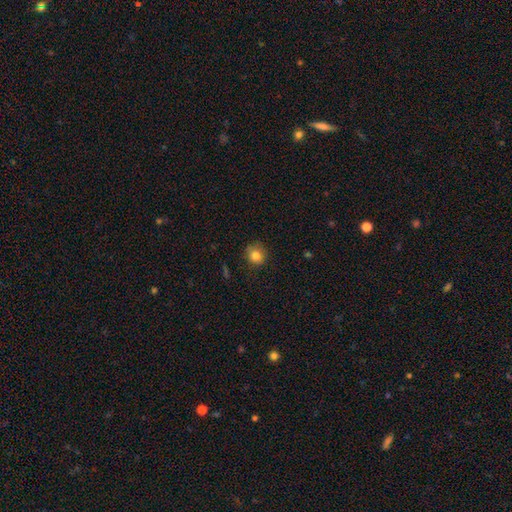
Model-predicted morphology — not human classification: Overall: smooth (81%). How rounded: round (82%). Merging: none (81%).